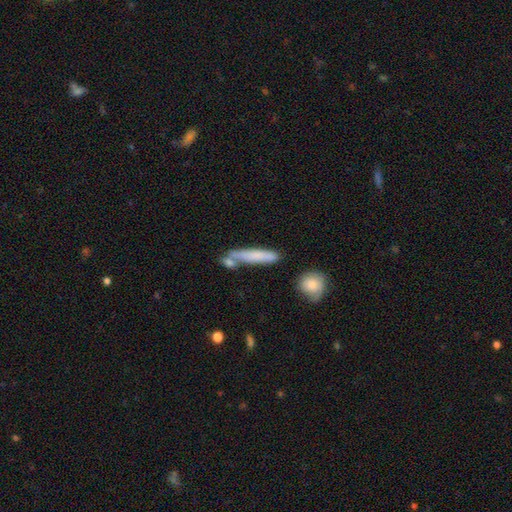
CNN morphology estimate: smooth_or_featured: smooth (p=0.68) [alt: featured or disk p=0.25]
how_rounded: cigar-shaped (p=0.89) [alt: in between p=0.09]
merging: none (p=0.61) [alt: merger p=0.17]